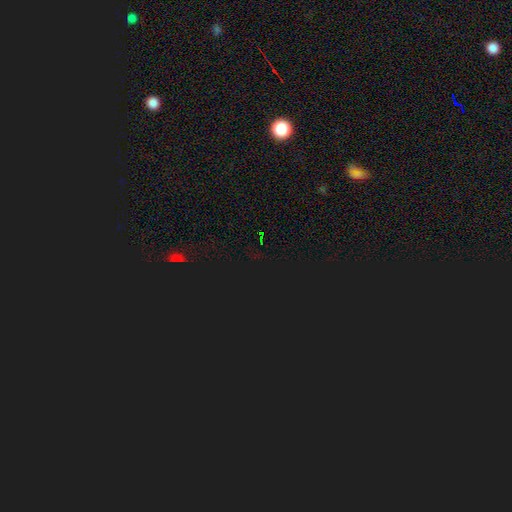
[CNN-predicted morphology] Smooth or featured? star or artifact (79%)